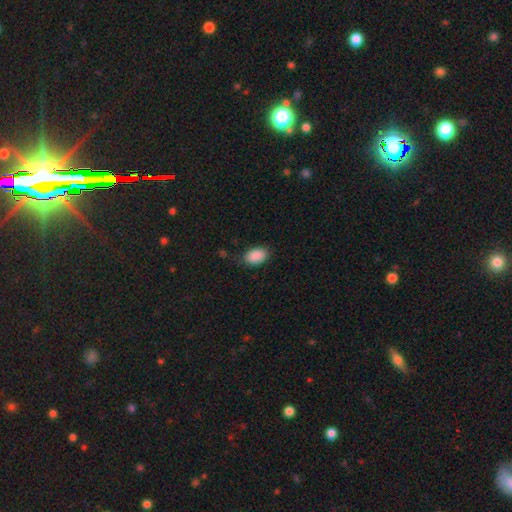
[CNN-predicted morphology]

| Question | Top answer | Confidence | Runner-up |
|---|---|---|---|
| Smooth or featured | smooth | 89% | star or artifact (7%) |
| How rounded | in between | 88% | round (11%) |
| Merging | none | 79% | minor disturbance (16%) |